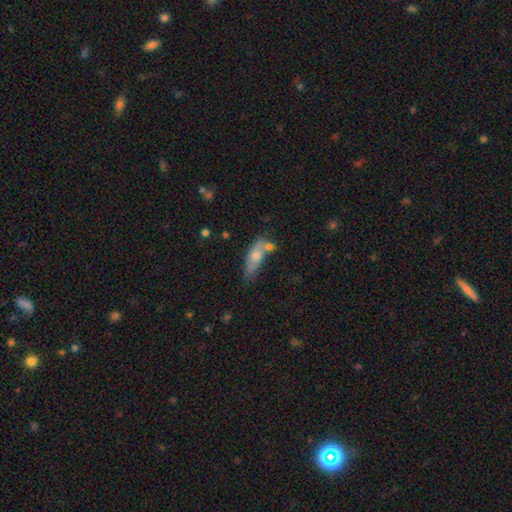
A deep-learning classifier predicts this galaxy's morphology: A smooth galaxy with no disk features (64%) that is in between round and cigar-shaped (67%).

Vote fractions:
- Smooth or featured? smooth: 64% / featured or disk: 29% / star or artifact: 8%
- How rounded? in between: 67% / cigar-shaped: 29% / round: 4%
- Merging? none: 36% / merger: 33% / minor disturbance: 21% / major disturbance: 10%